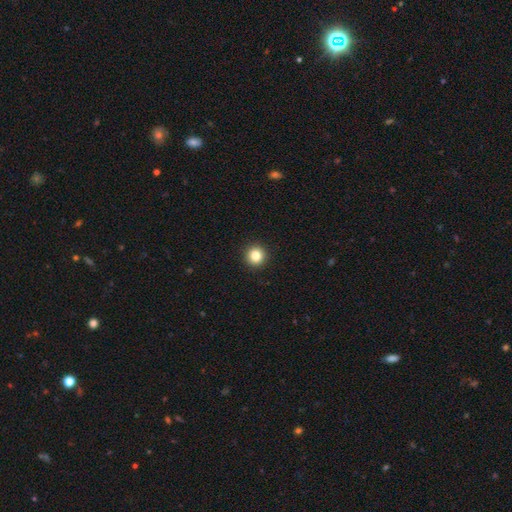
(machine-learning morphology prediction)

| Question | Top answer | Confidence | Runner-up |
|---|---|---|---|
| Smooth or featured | smooth | 84% | star or artifact (11%) |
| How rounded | round | 94% | in between (5%) |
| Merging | none | 93% | minor disturbance (4%) |